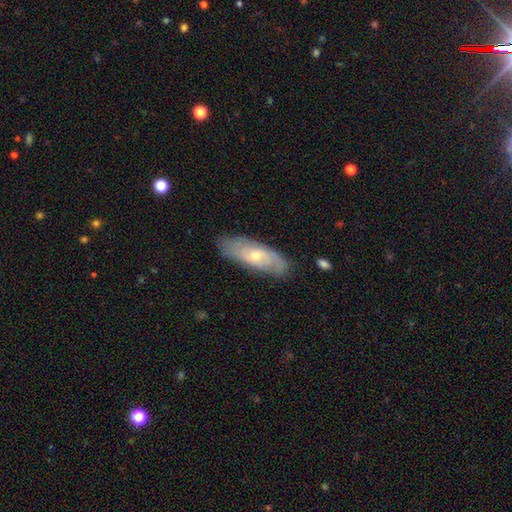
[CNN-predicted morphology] The model was most divided on "bulge size": small: 58%, moderate: 39%, large: 1%, none: 1%, dominant: 1%. More confident: edge-on disk — no (82%); spiral arms — yes (80%); merging — none (78%); bar — no (74%); smooth or featured — featured or disk (65%).